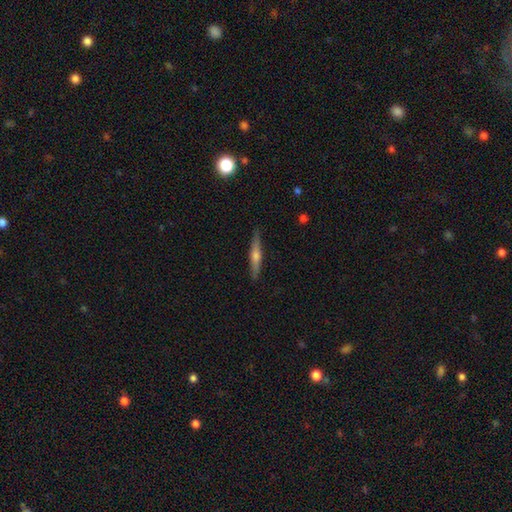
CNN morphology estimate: This is likely a featured or disk galaxy (64%). It is clearly viewed edge-on (97%). Edge-on bulge: clearly rounded (84%). Merging: clearly none (90%).